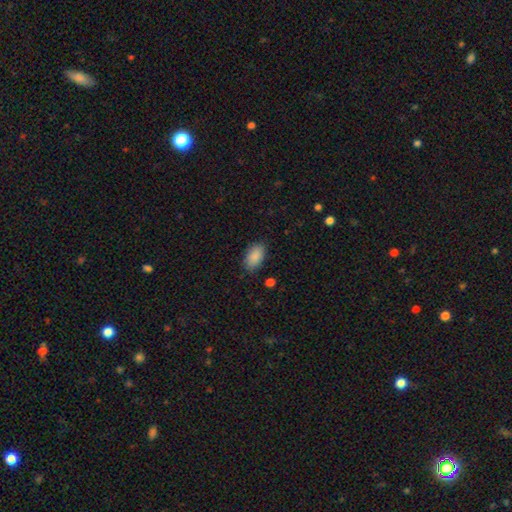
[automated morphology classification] type=smooth (89%); roundness=in between (93%); merging=none (84%).